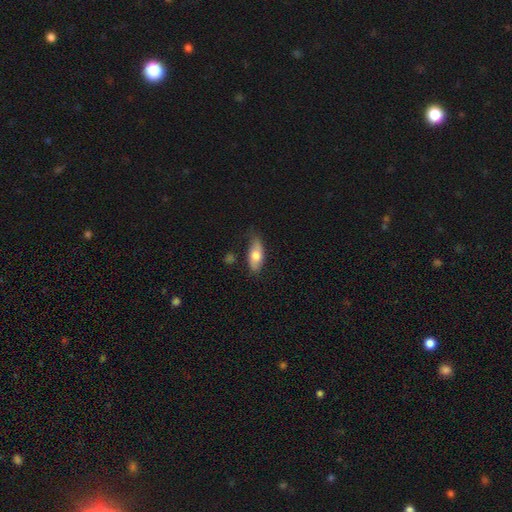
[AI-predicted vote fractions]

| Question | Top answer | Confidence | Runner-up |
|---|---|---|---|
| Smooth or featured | smooth | 68% | featured or disk (26%) |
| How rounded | in between | 80% | cigar-shaped (17%) |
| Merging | none | 71% | minor disturbance (23%) |